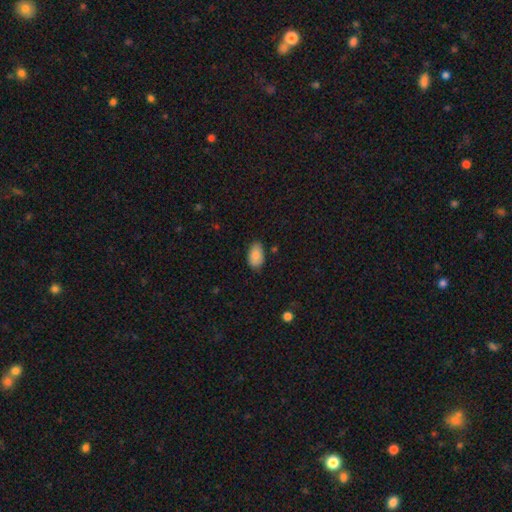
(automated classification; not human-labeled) Smooth or featured: smooth — 85% (featured or disk — 8%)
How rounded: in between — 93% (round — 6%)
Merging: none — 82% (minor disturbance — 14%)